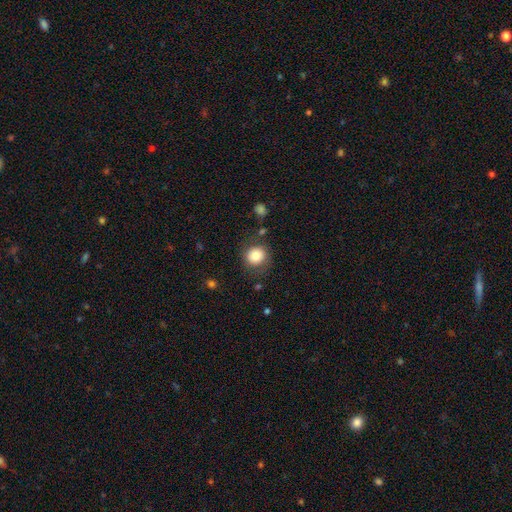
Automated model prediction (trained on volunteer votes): A smooth galaxy with no disk features (82%) that is round (88%). Merging: none (81%).